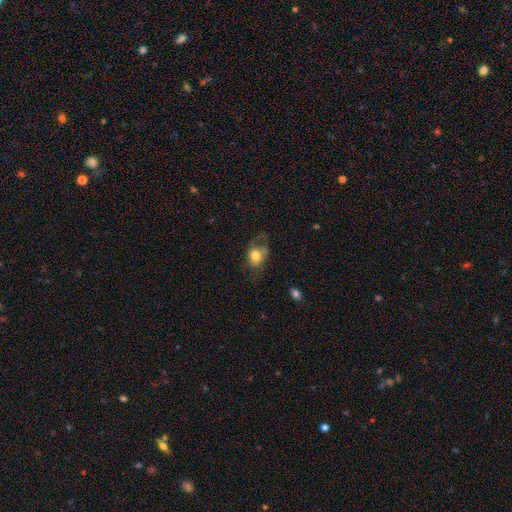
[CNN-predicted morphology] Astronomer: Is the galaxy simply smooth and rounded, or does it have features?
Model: smooth — 69%.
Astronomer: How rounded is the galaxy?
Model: in between — 54% (runner-up: round, 44%).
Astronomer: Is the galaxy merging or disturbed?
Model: none — 42% (runner-up: major disturbance, 29%).